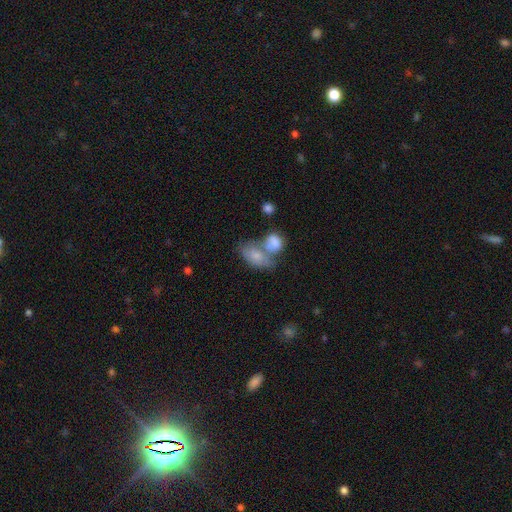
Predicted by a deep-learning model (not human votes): A smooth galaxy with no disk features (71%) that is in between round and cigar-shaped (88%).

Vote fractions:
- Smooth or featured? smooth: 71% / featured or disk: 21% / star or artifact: 7%
- How rounded? in between: 88% / round: 10% / cigar-shaped: 3%
- Merging? merger: 56% / none: 25% / minor disturbance: 12% / major disturbance: 7%